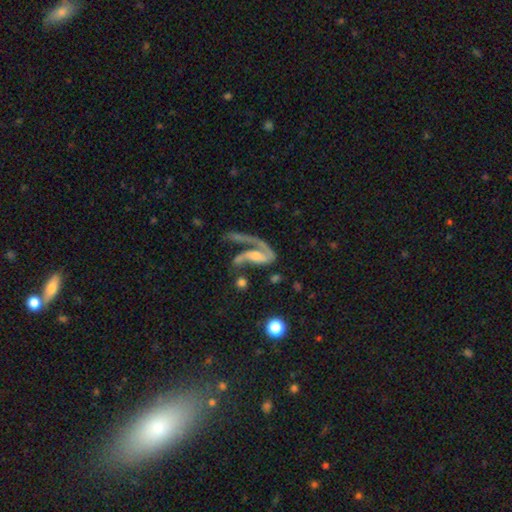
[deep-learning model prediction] Q: Smooth or featured?
A: featured or disk (78%); runner-up: smooth (14%)
Q: Edge-on disk?
A: no (94%); runner-up: yes (6%)
Q: Bar?
A: no (49%); runner-up: weak (31%)
Q: Spiral arms?
A: yes (86%); runner-up: no (14%)
Q: Spiral winding?
A: loose (53%); runner-up: medium (32%)
Q: Spiral arm count?
A: 1 (62%); runner-up: 2 (31%)
Q: Bulge size?
A: small (43%); runner-up: moderate (33%)
Q: Merging?
A: major disturbance (39%); runner-up: none (28%)